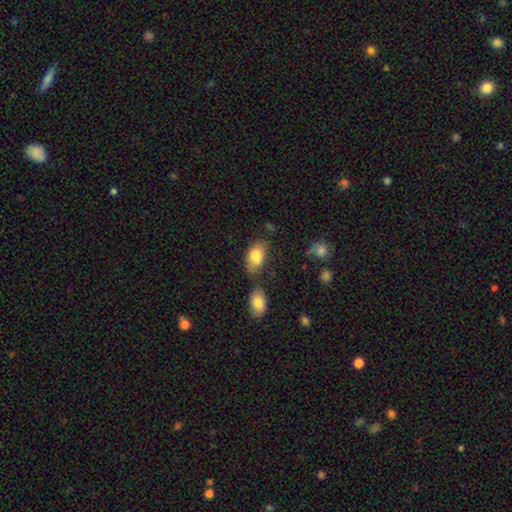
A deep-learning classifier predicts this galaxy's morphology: Smooth or featured? smooth (82%)
How rounded? in between (91%)
Merging? none (46%)